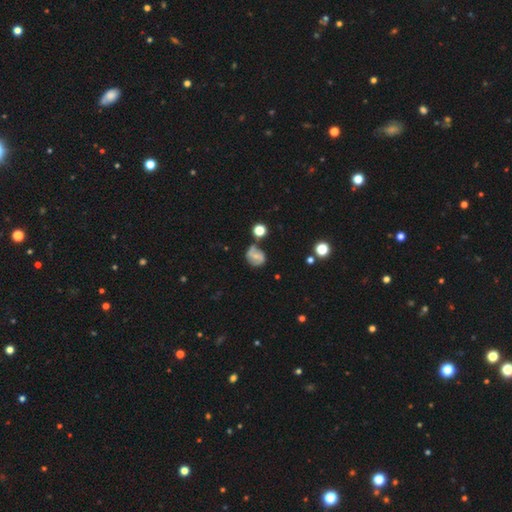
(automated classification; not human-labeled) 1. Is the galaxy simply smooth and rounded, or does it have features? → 53% featured or disk, 36% smooth, 11% star or artifact.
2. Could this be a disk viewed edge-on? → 97% no, 3% yes.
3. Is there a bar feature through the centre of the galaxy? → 43% no (tied), 43% weak (tied), 14% strong.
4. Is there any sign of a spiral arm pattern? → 76% yes, 24% no.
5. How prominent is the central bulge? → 60% small, 28% moderate, 10% none, 2% large, 1% dominant.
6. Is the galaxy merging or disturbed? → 60% none, 22% minor disturbance, 10% merger, 9% major disturbance.